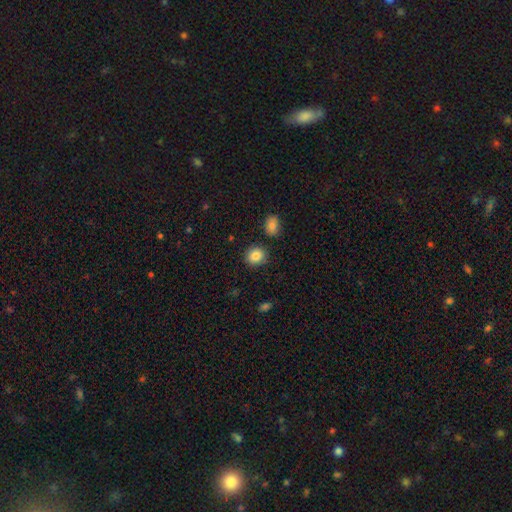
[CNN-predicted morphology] The model was most divided on "how rounded": round: 77%, in between: 22%, cigar-shaped: 1%. More confident: merging — none (86%); smooth or featured — smooth (86%).